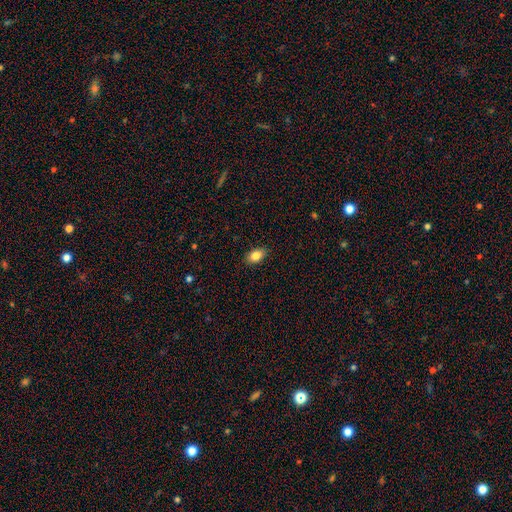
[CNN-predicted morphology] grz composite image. It shows a smooth galaxy with no disk features (84%) that is in between round and cigar-shaped (88%). Merging: none (88%).